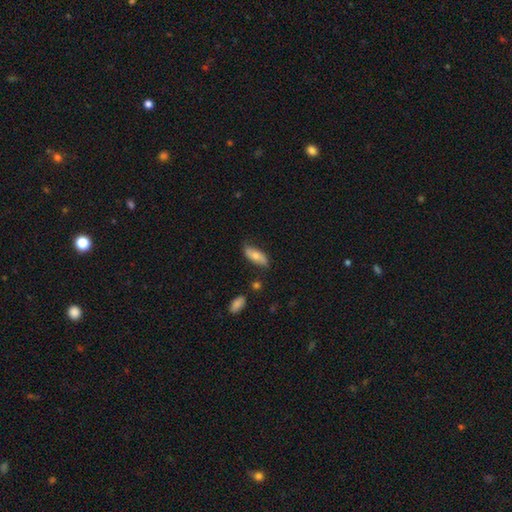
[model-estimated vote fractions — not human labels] This appears to be a smooth galaxy with no disk features (68%) that is in between round and cigar-shaped (75%). Merging: none (74%).